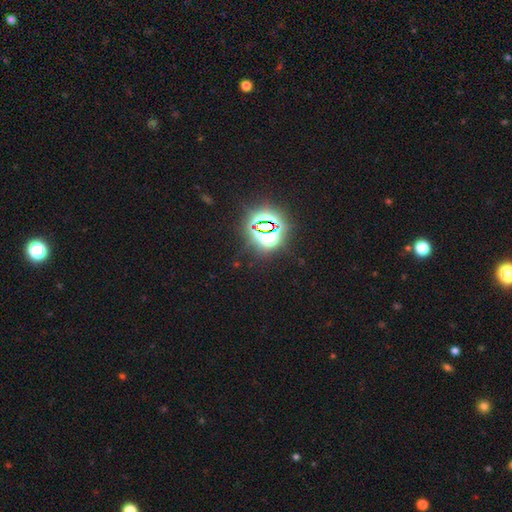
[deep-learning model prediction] Q: Smooth or featured?
A: star or artifact (82%); runner-up: smooth (12%)